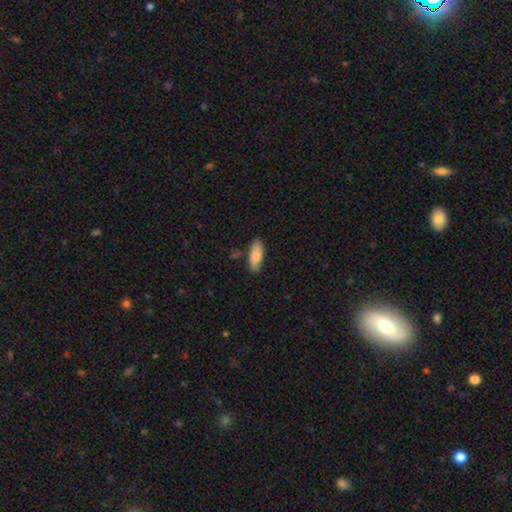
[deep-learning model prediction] This appears to be a smooth galaxy with no disk features (83%) that is in between round and cigar-shaped (74%). Merging: none (75%).